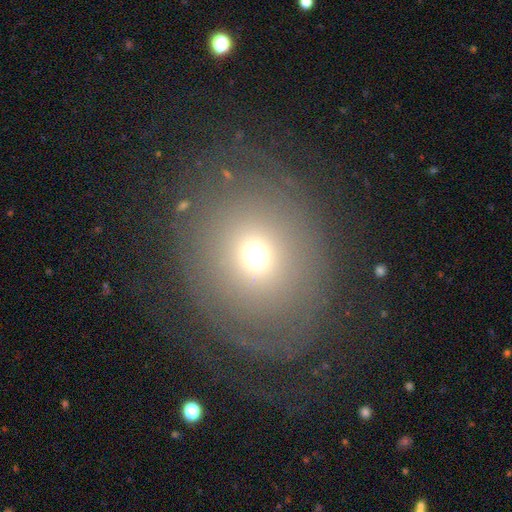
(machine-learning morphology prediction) This appears to be a smooth galaxy with no disk features (47%). Merging: none (70%).